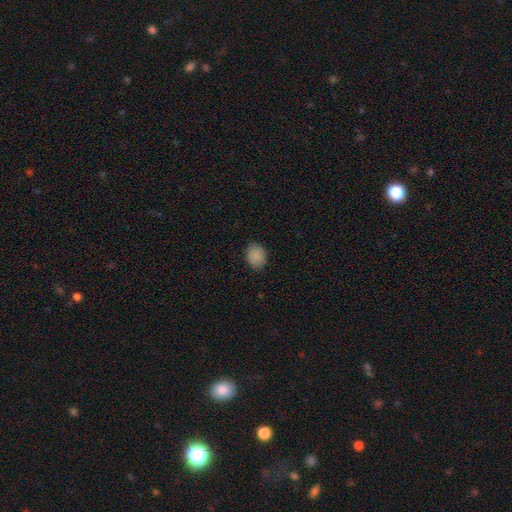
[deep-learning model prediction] Smooth or featured? Predicted: smooth (p=0.88). How rounded? Predicted: in between (p=0.50). Merging? Predicted: none (p=0.85).